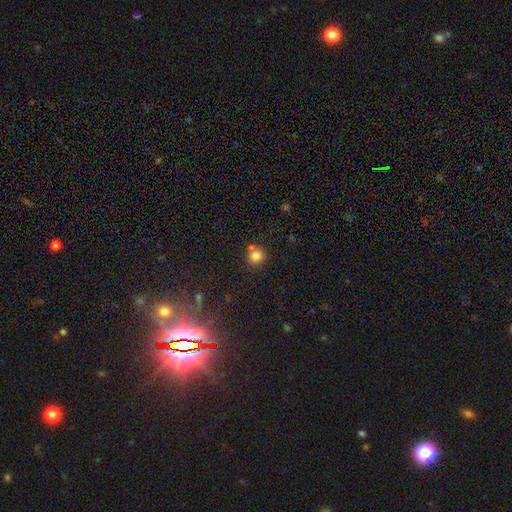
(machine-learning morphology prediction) Smooth or featured? Predicted: smooth (p=0.81). How rounded? Predicted: round (p=0.88). Merging? Predicted: none (p=0.71).